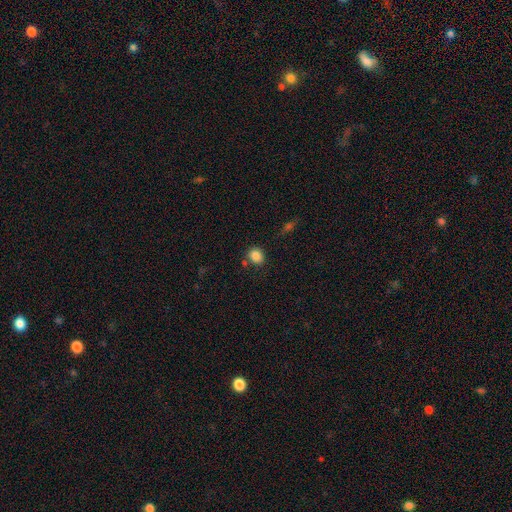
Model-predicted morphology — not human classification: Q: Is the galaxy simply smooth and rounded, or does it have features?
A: smooth — 86%.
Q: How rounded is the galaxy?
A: round — 68%.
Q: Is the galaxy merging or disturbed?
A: none — 75%.